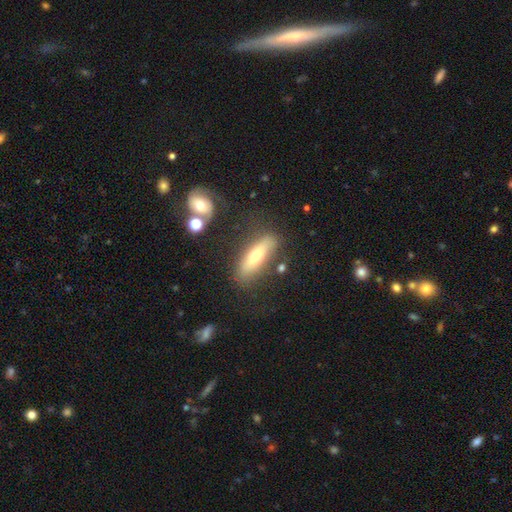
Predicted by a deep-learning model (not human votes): This is possibly a smooth galaxy (52%). How rounded: likely cigar-shaped (61%). Merging: likely none (71%).